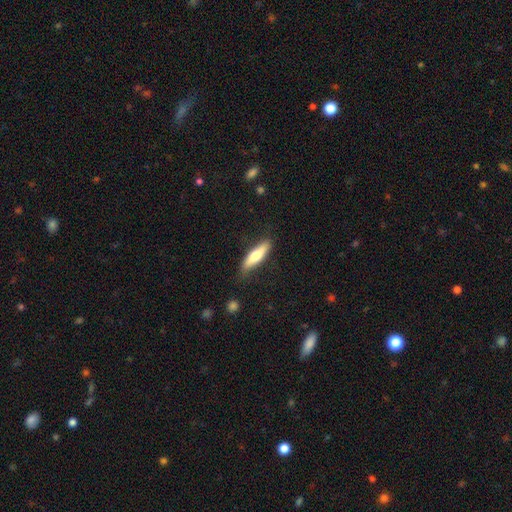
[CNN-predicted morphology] This is likely a smooth galaxy (67%). How rounded: likely cigar-shaped (70%). Merging: likely none (77%).